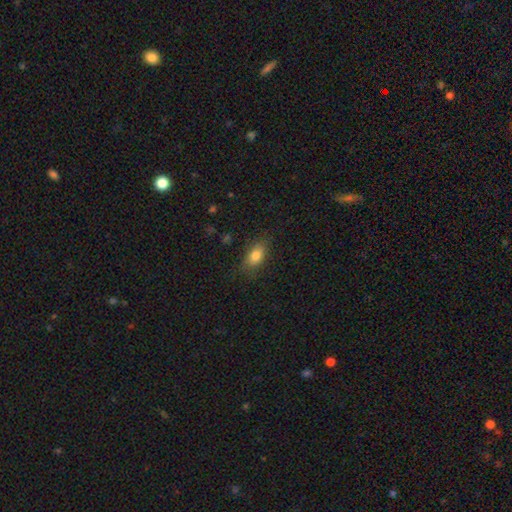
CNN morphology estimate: Smooth or featured?
  - smooth: 81% *
  - featured or disk: 10%
  - star or artifact: 9%
How rounded?
  - in between: 85% *
  - round: 10%
  - cigar-shaped: 5%
Merging?
  - none: 80% *
  - minor disturbance: 14%
  - major disturbance: 4%
  - merger: 1%